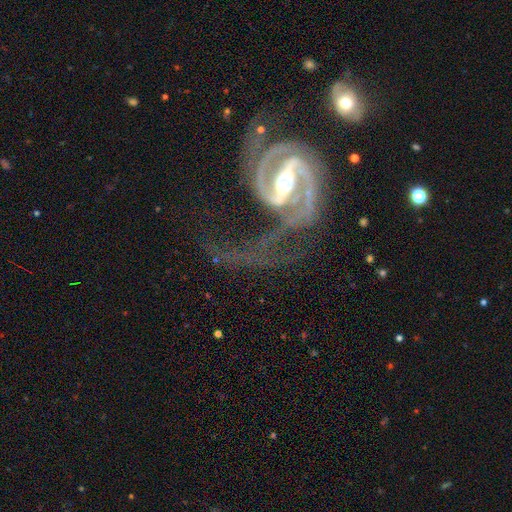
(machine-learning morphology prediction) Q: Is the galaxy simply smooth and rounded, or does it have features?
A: featured or disk — 91%.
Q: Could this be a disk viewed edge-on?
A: no — 97%.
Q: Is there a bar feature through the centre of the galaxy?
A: strong — 58%.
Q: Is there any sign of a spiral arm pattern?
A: yes — 97%.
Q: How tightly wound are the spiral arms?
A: medium — 51%.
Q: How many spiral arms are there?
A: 2 — 84%.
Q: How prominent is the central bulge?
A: moderate — 58%.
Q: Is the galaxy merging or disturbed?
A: none — 40%.